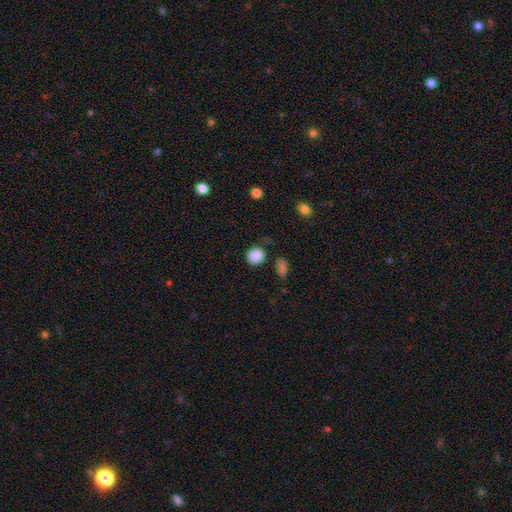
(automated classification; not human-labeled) Smooth or featured?
  - smooth: 87% *
  - star or artifact: 9%
  - featured or disk: 3%
How rounded?
  - round: 82% *
  - in between: 17%
  - cigar-shaped: 1%
Merging?
  - none: 79% *
  - minor disturbance: 12%
  - major disturbance: 4%
  - merger: 4%